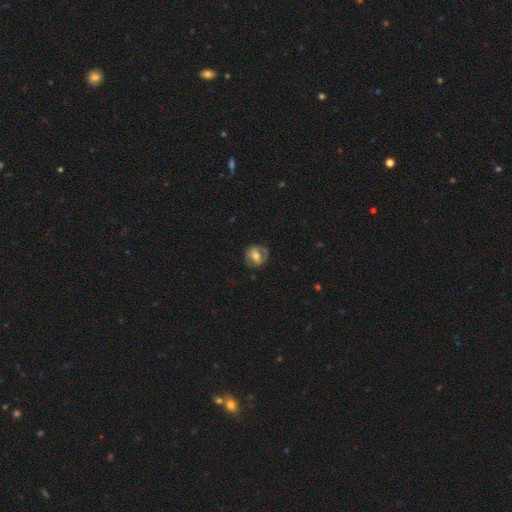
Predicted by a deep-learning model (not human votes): smooth_or_featured: smooth (p=0.48) [alt: featured or disk p=0.44]
merging: none (p=0.69) [alt: minor disturbance p=0.20]